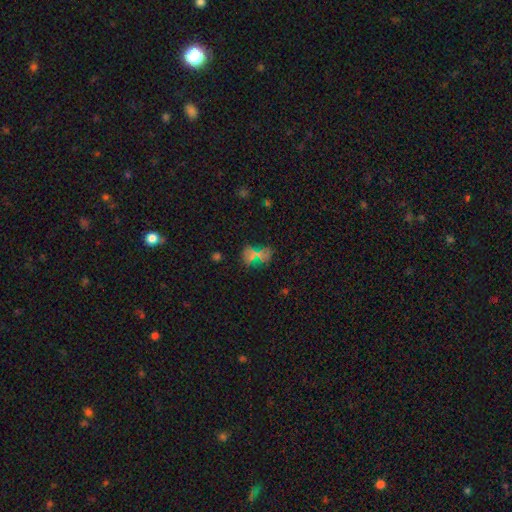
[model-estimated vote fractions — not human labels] The model was most divided on "smooth or featured": smooth: 51%, star or artifact: 38%, featured or disk: 11%. More confident: merging — none (69%); how rounded — in between (56%).